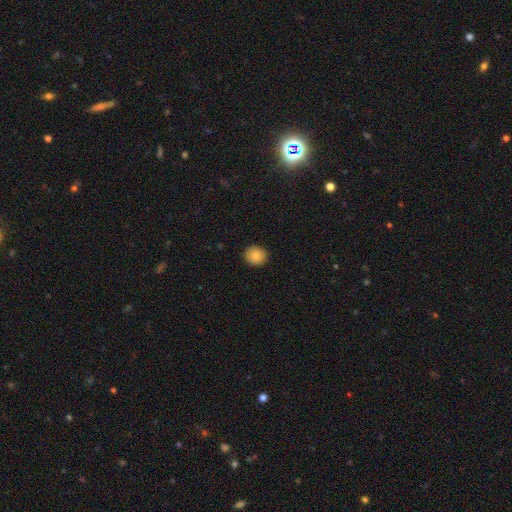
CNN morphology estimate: Smooth or featured? Predicted: smooth (p=0.82). How rounded? Predicted: round (p=0.79). Merging? Predicted: none (p=0.91).